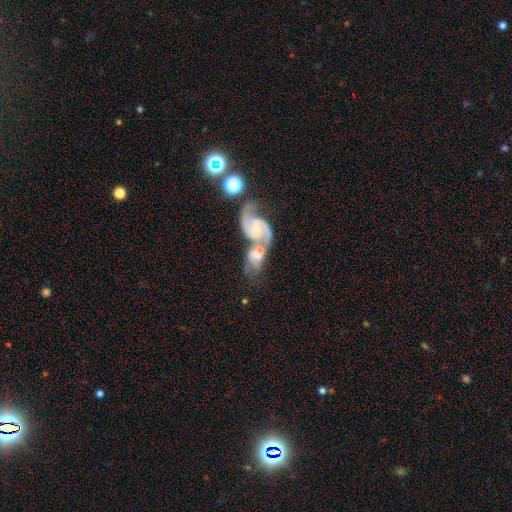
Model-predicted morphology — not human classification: smooth-or-featured: featured or disk: 80% | smooth: 14% | star or artifact: 6%
  disk-edge-on: no: 97% | yes: 3%
    bar: no: 46% | weak: 42% | strong: 12%
    has-spiral-arms: yes: 94% | no: 6%
      spiral-winding: medium: 50% | loose: 34% | tight: 16%
      spiral-arm-count: 2: 88% | can't tell: 5% | 1: 3% | 3: 2% | 4: 1% | more than 4: 1%
    bulge-size: small: 54% | moderate: 35% | none: 6% | large: 3% | dominant: 1%
  merging: merger: 69% | none: 16% | minor disturbance: 8% | major disturbance: 7%